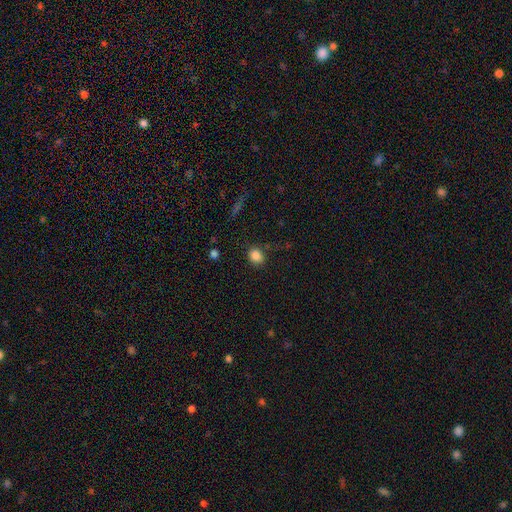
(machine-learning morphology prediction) Q: Smooth or featured?
A: smooth (84%); runner-up: star or artifact (11%)
Q: How rounded?
A: round (69%); runner-up: in between (30%)
Q: Merging?
A: none (82%); runner-up: minor disturbance (12%)